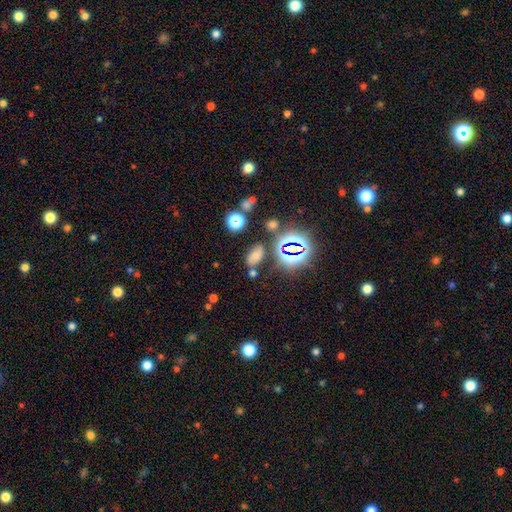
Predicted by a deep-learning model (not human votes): Smooth or featured? Predicted: smooth (p=0.53). How rounded? Predicted: in between (p=0.86). Merging? Predicted: none (p=0.66).